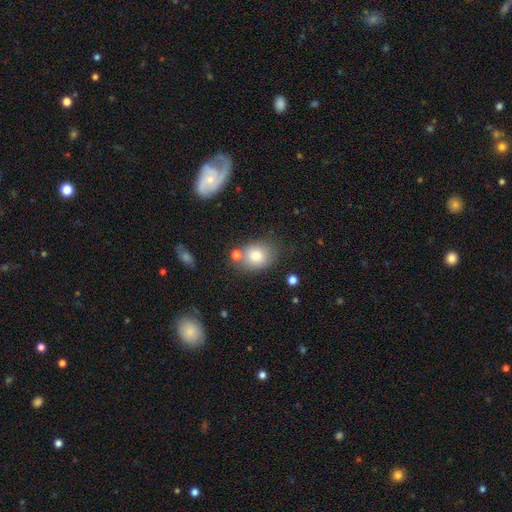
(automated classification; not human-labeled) Morphology: type=smooth (80%); roundness=in between (54%); merging=none (63%).